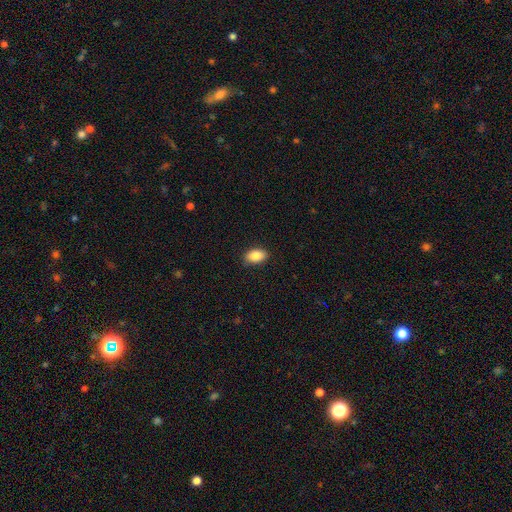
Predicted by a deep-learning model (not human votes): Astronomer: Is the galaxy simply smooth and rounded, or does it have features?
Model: smooth — 86%.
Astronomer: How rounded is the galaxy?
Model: in between — 91%.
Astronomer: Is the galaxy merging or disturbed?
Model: none — 87%.